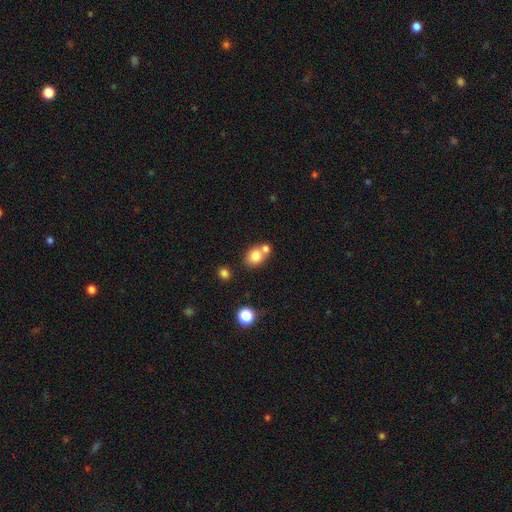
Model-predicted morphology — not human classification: This appears to be a smooth galaxy with no disk features (78%) that is round (53%). Merging: none (49%).